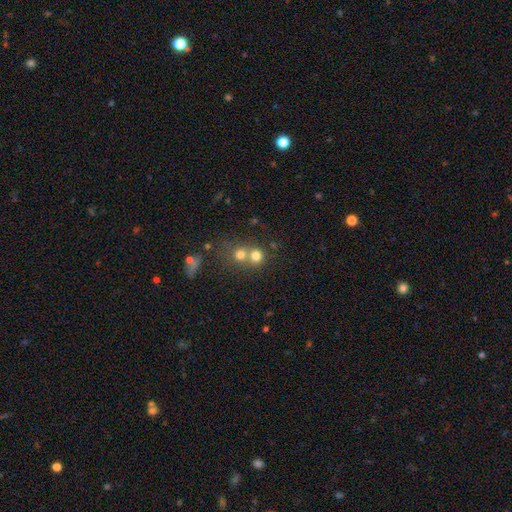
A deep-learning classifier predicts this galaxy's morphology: smooth-or-featured: smooth: 74% | star or artifact: 14% | featured or disk: 12%
  how-rounded: round: 86% | in between: 13% | cigar-shaped: 1%
  merging: merger: 51% | none: 40% | minor disturbance: 5% | major disturbance: 3%